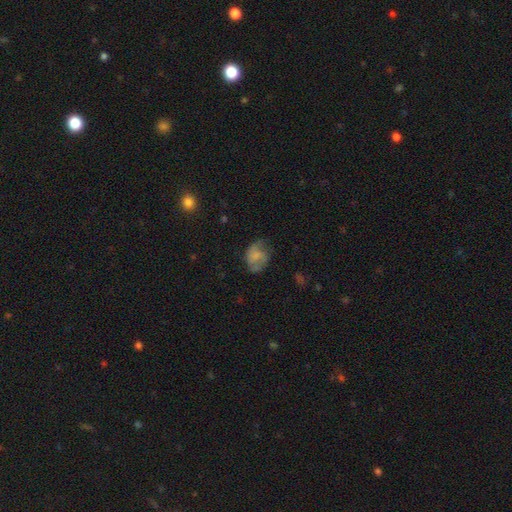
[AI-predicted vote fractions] This is possibly a smooth galaxy (54%). How rounded: possibly in between (60%). Merging: possibly none (52%).